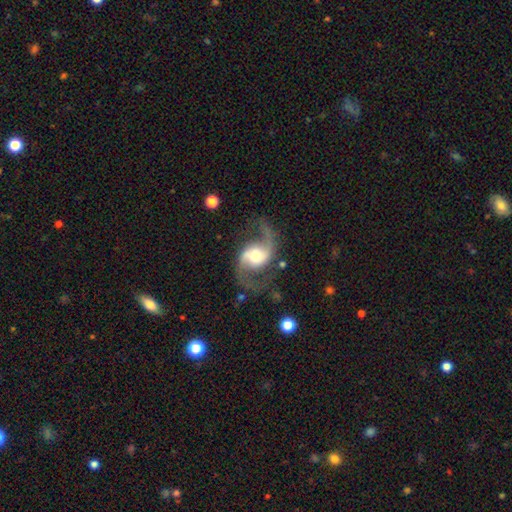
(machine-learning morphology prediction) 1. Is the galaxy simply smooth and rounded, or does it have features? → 90% featured or disk, 5% smooth, 5% star or artifact.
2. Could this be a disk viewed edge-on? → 98% no, 2% yes.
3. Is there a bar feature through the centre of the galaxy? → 43% no, 38% weak, 19% strong.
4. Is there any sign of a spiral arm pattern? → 97% yes, 3% no.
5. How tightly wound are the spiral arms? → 57% loose, 38% medium, 6% tight.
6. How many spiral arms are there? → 94% 2, 2% 1, 1% can't tell, 1% 3, 1% 4, 1% more than 4.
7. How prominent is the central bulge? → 57% moderate, 24% large, 13% small, 3% dominant, 2% none.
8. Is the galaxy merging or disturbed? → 73% none, 14% minor disturbance, 10% major disturbance, 2% merger.